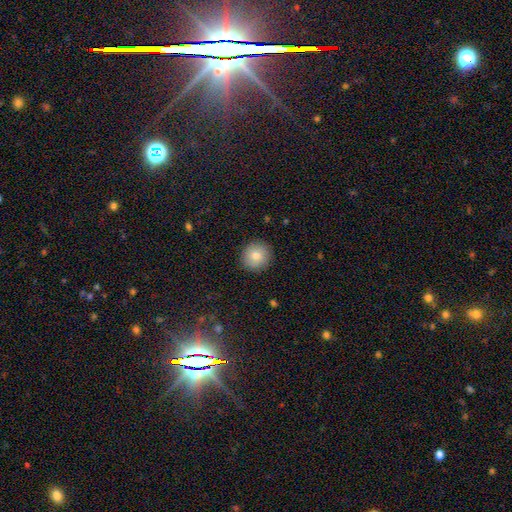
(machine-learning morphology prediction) Smooth or featured? Predicted: smooth (p=0.80). How rounded? Predicted: round (p=0.91). Merging? Predicted: none (p=0.91).